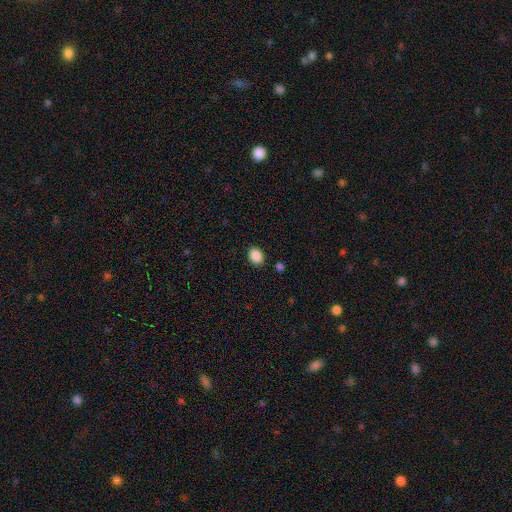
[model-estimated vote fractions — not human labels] A smooth galaxy with no disk features (88%) that is in between round and cigar-shaped (70%). Merging: none (87%).